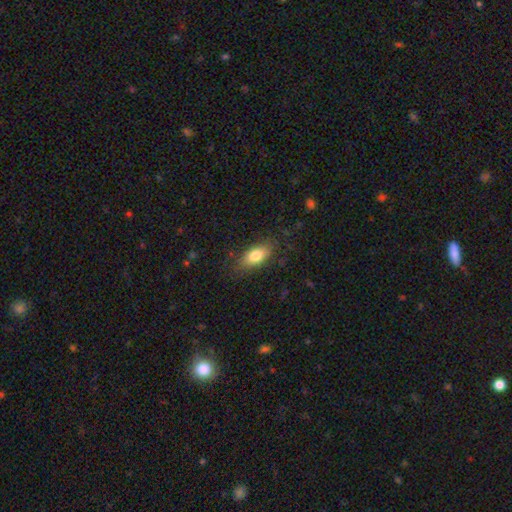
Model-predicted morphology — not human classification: Smooth or featured?
  - smooth: 79% *
  - featured or disk: 14%
  - star or artifact: 7%
How rounded?
  - in between: 85% *
  - cigar-shaped: 10%
  - round: 5%
Merging?
  - none: 80% *
  - minor disturbance: 14%
  - major disturbance: 5%
  - merger: 1%